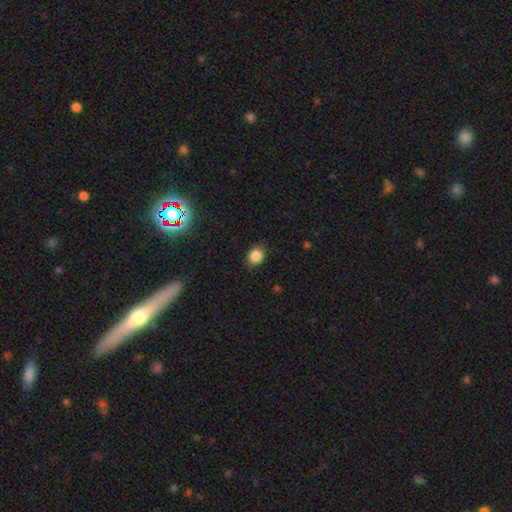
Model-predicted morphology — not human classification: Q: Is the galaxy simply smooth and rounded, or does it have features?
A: smooth — 85%.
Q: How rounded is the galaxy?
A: round — 56%.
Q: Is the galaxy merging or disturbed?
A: none — 82%.